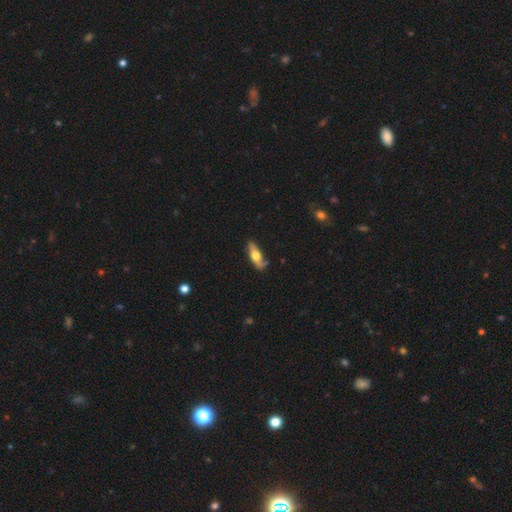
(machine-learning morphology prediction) A featured or disk galaxy (52%) viewed edge-on (71%).

Vote fractions:
- Smooth or featured? featured or disk: 52% / smooth: 43% / star or artifact: 5%
- Edge-on disk? yes: 71% / no: 29%
- Merging? none: 77% / minor disturbance: 17% / major disturbance: 4% / merger: 2%